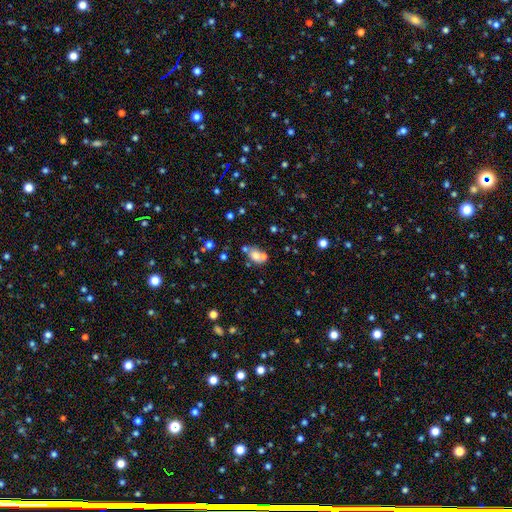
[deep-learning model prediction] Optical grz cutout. It shows a smooth galaxy with no disk features (66%) that is in between round and cigar-shaped (56%). Merging: none (42%).